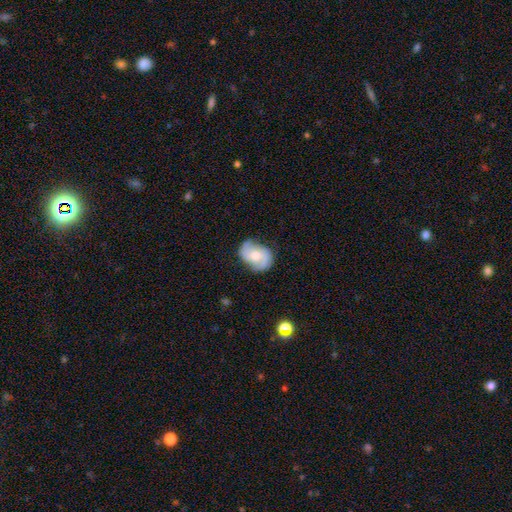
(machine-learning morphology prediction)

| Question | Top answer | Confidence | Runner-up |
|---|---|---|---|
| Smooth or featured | featured or disk | 78% | smooth (16%) |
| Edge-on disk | no | 98% | yes (2%) |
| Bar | no | 62% | weak (33%) |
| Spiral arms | yes | 95% | no (5%) |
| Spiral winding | medium | 49% | tight (31%) |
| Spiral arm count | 2 | 85% | can't tell (6%) |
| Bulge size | moderate | 63% | small (25%) |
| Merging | none | 75% | minor disturbance (18%) |